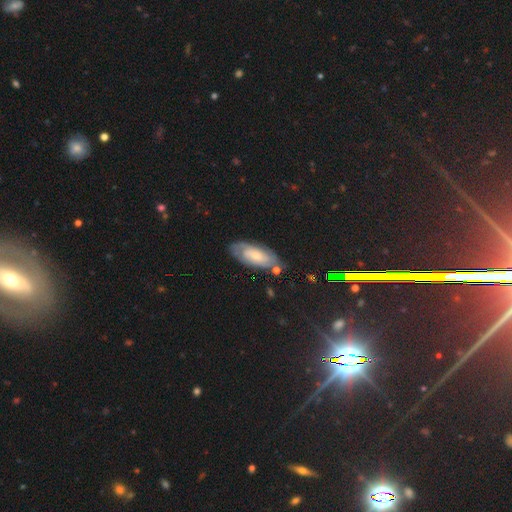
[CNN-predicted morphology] smooth-or-featured: featured or disk: 52% | smooth: 39% | star or artifact: 8%
  disk-edge-on: no: 87% | yes: 13%
  merging: none: 72% | minor disturbance: 18% | major disturbance: 5% | merger: 4%